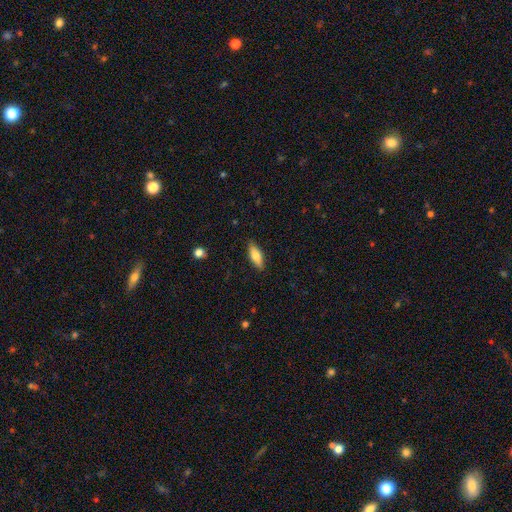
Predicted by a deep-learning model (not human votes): Morphology: type=smooth (77%); roundness=in between (74%); merging=none (87%).